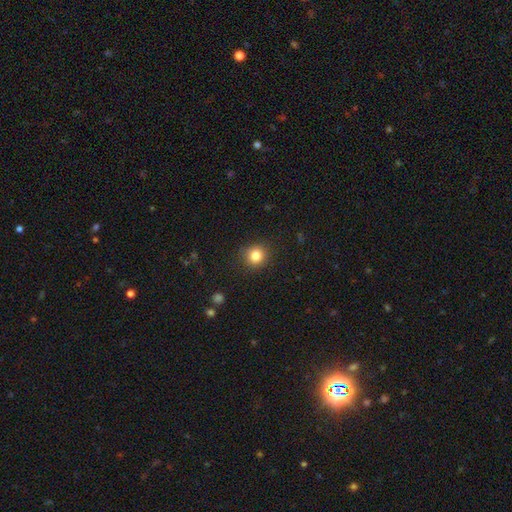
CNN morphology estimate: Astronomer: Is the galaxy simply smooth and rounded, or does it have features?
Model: smooth — 83%.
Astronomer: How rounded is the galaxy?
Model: round — 88%.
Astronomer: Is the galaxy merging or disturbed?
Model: none — 88%.